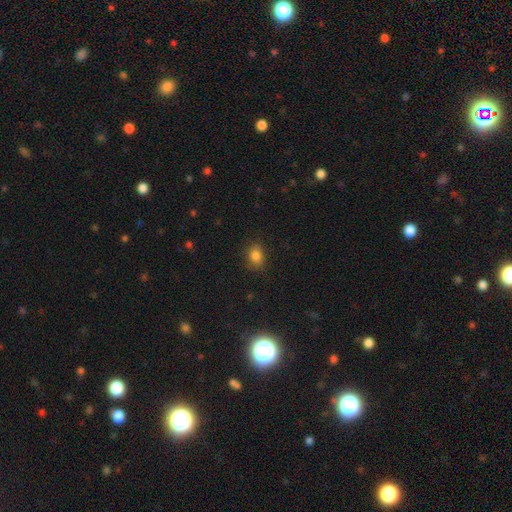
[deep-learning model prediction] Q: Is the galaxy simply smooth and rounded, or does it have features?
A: smooth — 83%.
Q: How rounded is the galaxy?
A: in between — 66%.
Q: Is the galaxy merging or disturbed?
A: none — 78%.